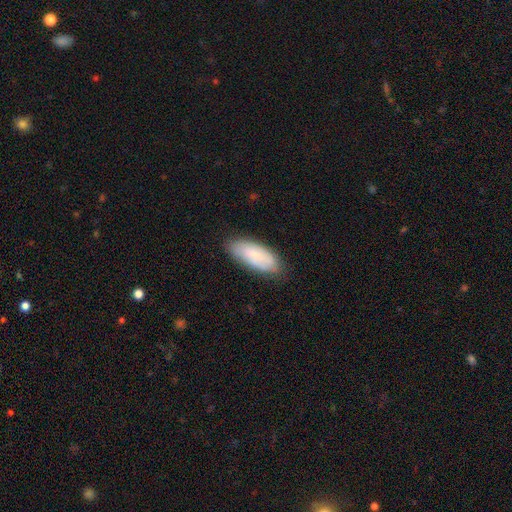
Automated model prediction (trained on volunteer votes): This is likely a smooth galaxy (73%). How rounded: clearly in between (81%). Merging: likely none (79%).